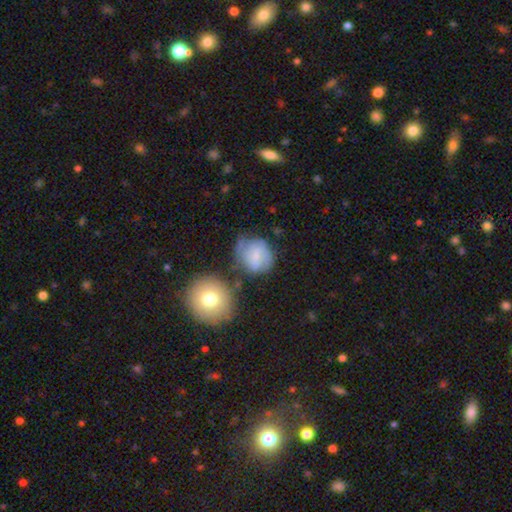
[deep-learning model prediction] Q: Smooth or featured?
A: smooth (52%); runner-up: featured or disk (39%)
Q: How rounded?
A: round (73%); runner-up: in between (26%)
Q: Merging?
A: none (48%); runner-up: minor disturbance (27%)